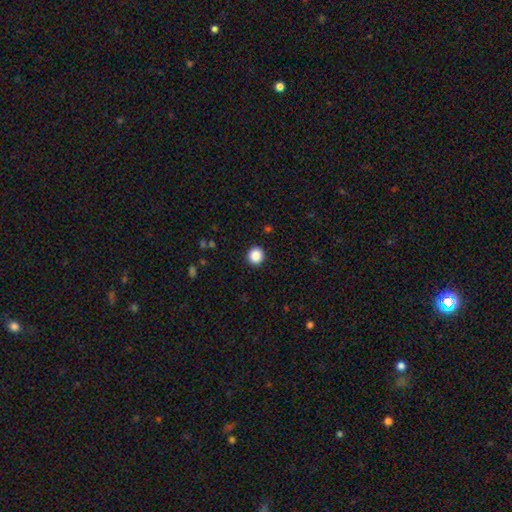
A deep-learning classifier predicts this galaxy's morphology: A smooth galaxy with no disk features (88%) that is round (92%).

Vote fractions:
- Smooth or featured? smooth: 88% / star or artifact: 10% / featured or disk: 3%
- How rounded? round: 92% / in between: 7% / cigar-shaped: 1%
- Merging? none: 92% / minor disturbance: 5% / major disturbance: 2% / merger: 1%